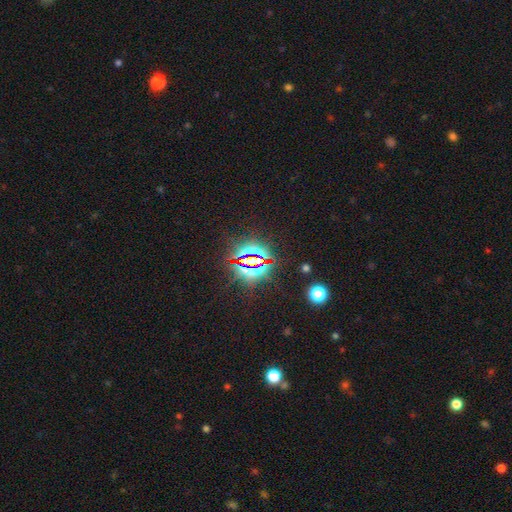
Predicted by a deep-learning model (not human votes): The model was most divided on "smooth or featured": star or artifact: 84%, smooth: 9%, featured or disk: 7%.